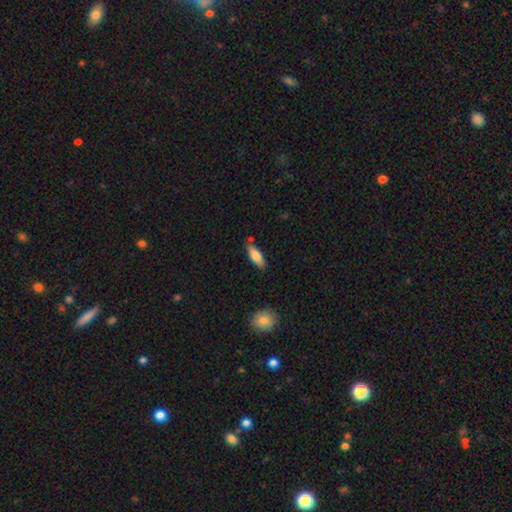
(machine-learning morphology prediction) smooth 78%, featured or disk 16%, star or artifact 6%. Down the decision tree: how rounded — in between (58%); merging — none (79%).